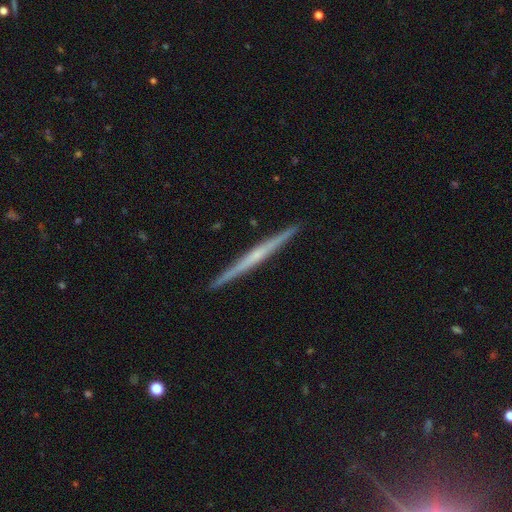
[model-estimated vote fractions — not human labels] smooth-or-featured: featured or disk: 72% | smooth: 23% | star or artifact: 6%
  disk-edge-on: yes: 98% | no: 2%
    edge-on-bulge: none: 57% | rounded: 36% | boxy: 8%
  merging: none: 93% | minor disturbance: 5% | major disturbance: 1% | merger: 1%